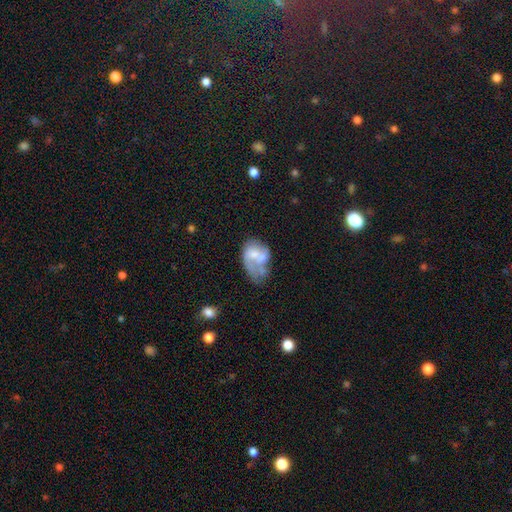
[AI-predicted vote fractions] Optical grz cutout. It shows a featured or disk galaxy (48%). Merging: major disturbance (30%).